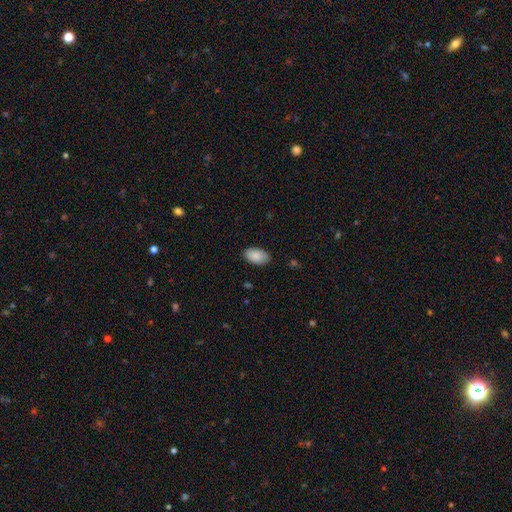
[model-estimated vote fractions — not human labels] Smooth or featured? smooth (90%)
How rounded? in between (95%)
Merging? none (86%)